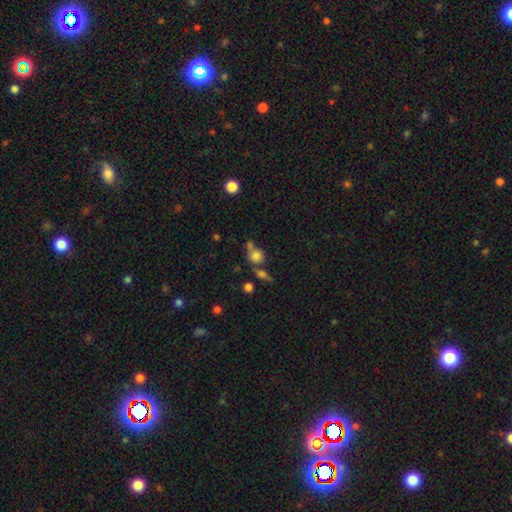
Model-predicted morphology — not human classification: A smooth galaxy with no disk features (75%) that is round (82%). Merging: none (49%).